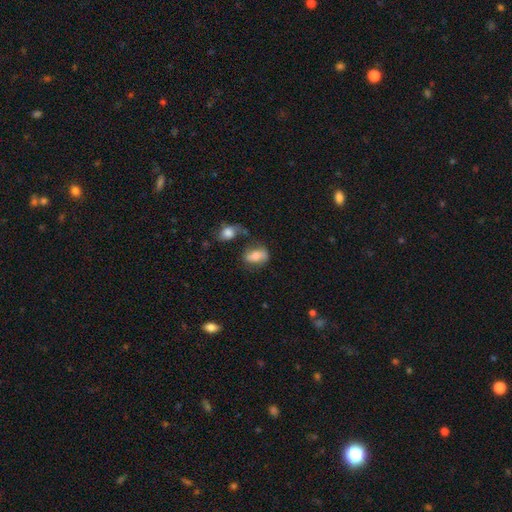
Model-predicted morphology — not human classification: Smooth or featured?
  - smooth: 60% *
  - featured or disk: 32%
  - star or artifact: 9%
How rounded?
  - in between: 79% *
  - round: 17%
  - cigar-shaped: 4%
Merging?
  - none: 52% *
  - minor disturbance: 22%
  - merger: 15%
  - major disturbance: 11%